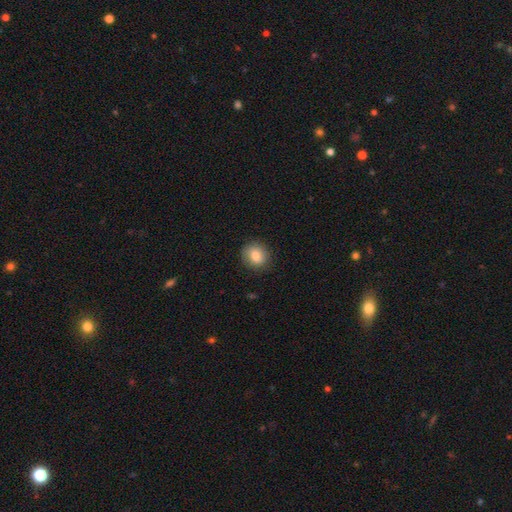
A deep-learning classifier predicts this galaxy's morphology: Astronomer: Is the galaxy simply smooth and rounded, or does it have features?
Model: smooth — 83%.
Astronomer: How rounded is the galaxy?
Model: round — 78%.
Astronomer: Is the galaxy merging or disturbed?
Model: none — 87%.